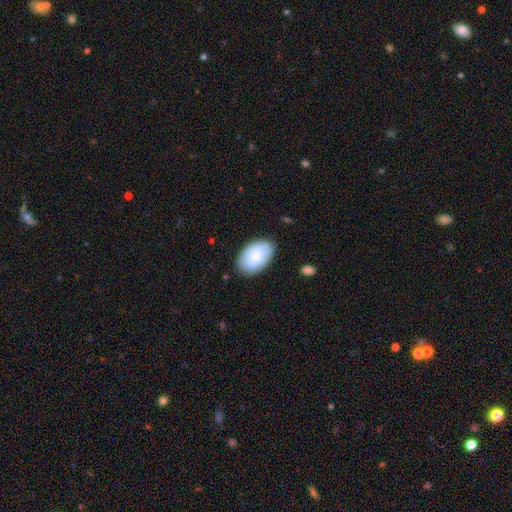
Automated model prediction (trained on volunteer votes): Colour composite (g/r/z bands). It shows a smooth galaxy with no disk features (82%) that is in between round and cigar-shaped (93%). Merging: none (82%).